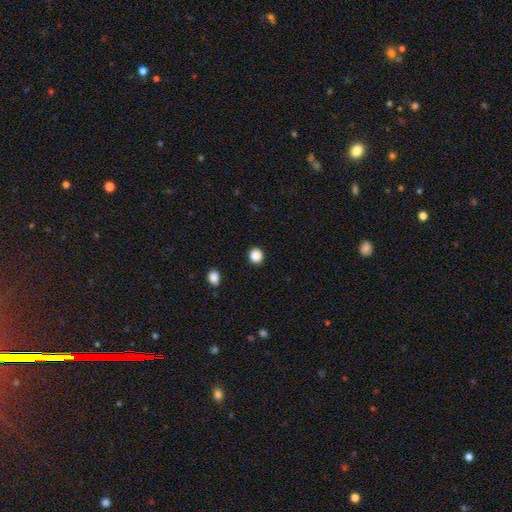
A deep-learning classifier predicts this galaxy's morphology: Smooth or featured: smooth — 87% (star or artifact — 10%)
How rounded: round — 90% (in between — 9%)
Merging: none — 92% (minor disturbance — 5%)